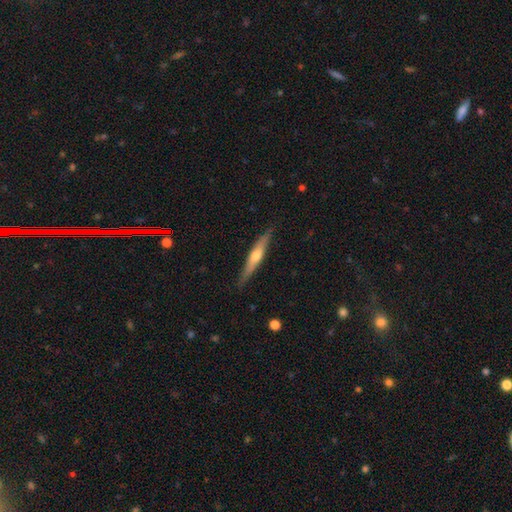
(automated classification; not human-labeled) This is possibly a featured or disk galaxy (59%). It is clearly viewed edge-on (95%). Edge-on bulge: clearly rounded (82%). Merging: clearly none (86%).